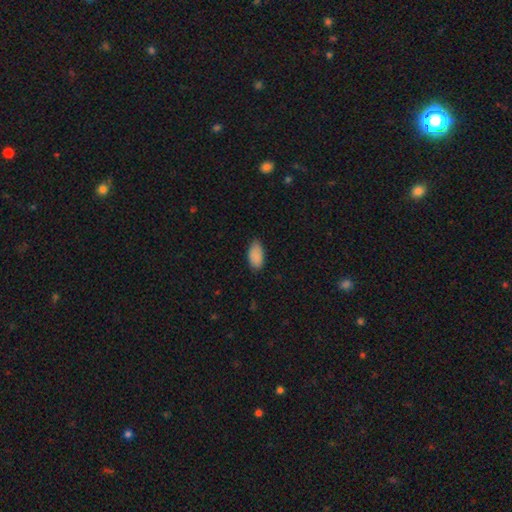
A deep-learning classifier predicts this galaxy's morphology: Smooth or featured?
  - smooth: 89% *
  - star or artifact: 7%
  - featured or disk: 4%
How rounded?
  - in between: 94% *
  - cigar-shaped: 3%
  - round: 3%
Merging?
  - none: 76% *
  - minor disturbance: 20%
  - major disturbance: 3%
  - merger: 1%